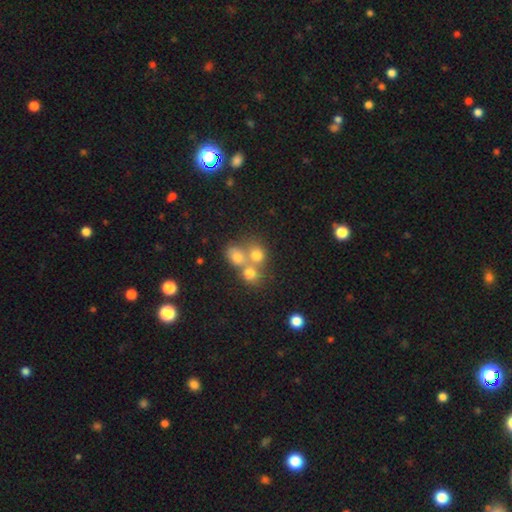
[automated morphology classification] This is likely a smooth galaxy (68%). How rounded: likely round (76%). Merging: possibly merger (51%).